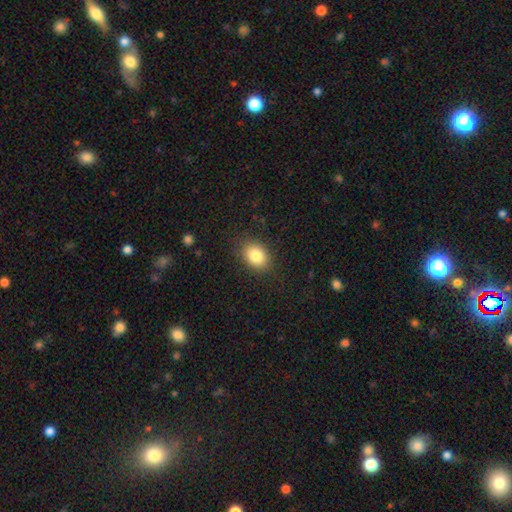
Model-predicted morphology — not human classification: Smooth or featured? smooth (83%)
How rounded? in between (70%)
Merging? none (86%)